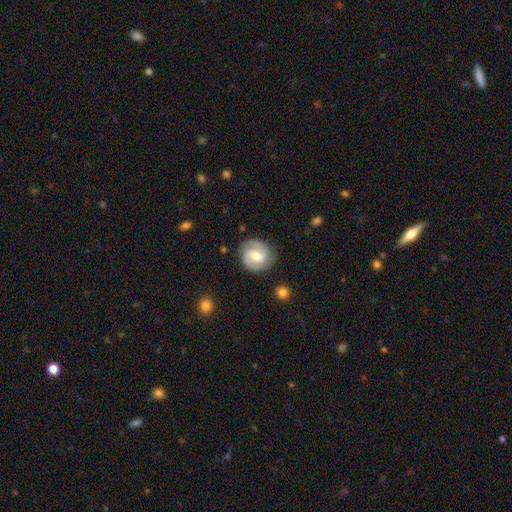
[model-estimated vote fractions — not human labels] The model was most divided on "spiral winding": medium: 49%, tight: 39%, loose: 12%. More confident: edge-on disk — no (98%); spiral arms — yes (96%); spiral arm count — 2 (89%); merging — none (83%); smooth or featured — featured or disk (83%); bulge size — moderate (64%); bar — weak (51%).